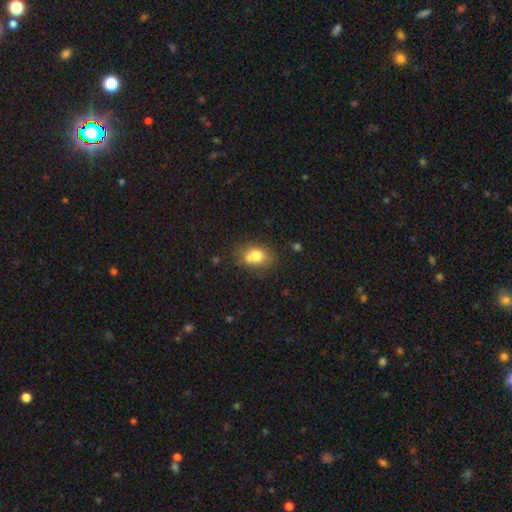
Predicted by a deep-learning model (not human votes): Smooth or featured: smooth — 76% (featured or disk — 14%)
How rounded: in between — 64% (round — 35%)
Merging: none — 57% (minor disturbance — 20%)